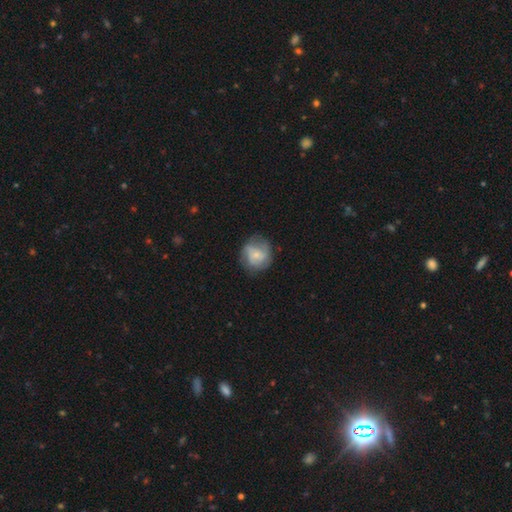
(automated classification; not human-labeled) Morphology: type=smooth (50%); roundness=round (82%); merging=none (67%).